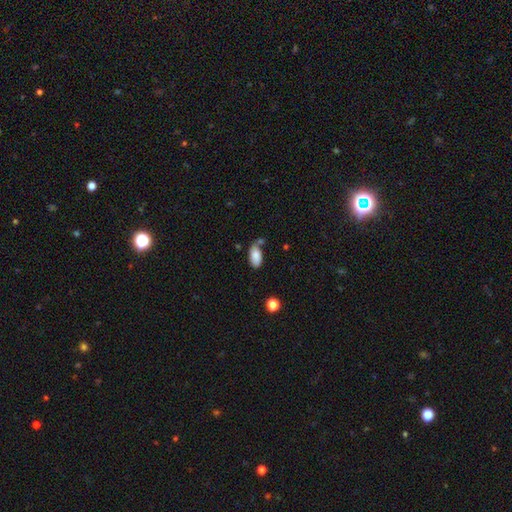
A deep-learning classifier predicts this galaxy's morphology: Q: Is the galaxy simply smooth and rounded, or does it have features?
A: smooth — 84%.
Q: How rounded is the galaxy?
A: in between — 94%.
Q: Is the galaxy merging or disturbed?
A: none — 56%.